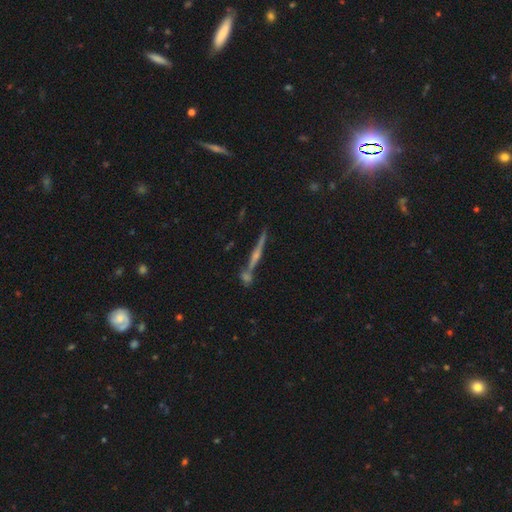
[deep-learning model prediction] Smooth or featured? Predicted: featured or disk (p=0.74). Edge-on disk? Predicted: yes (p=0.96). Edge-on bulge? Predicted: rounded (p=0.75). Merging? Predicted: none (p=0.72).